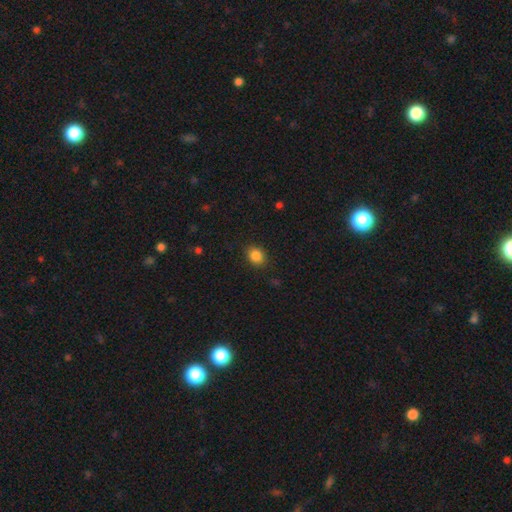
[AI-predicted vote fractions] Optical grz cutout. It shows a smooth galaxy with no disk features (86%) that is round (50%). Merging: none (87%).